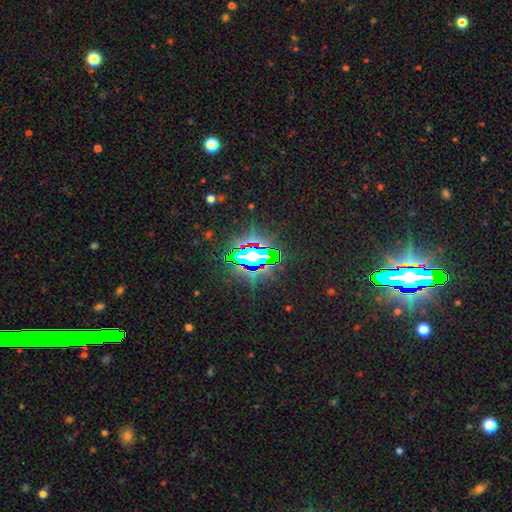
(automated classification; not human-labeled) Overall: star or artifact (81%).